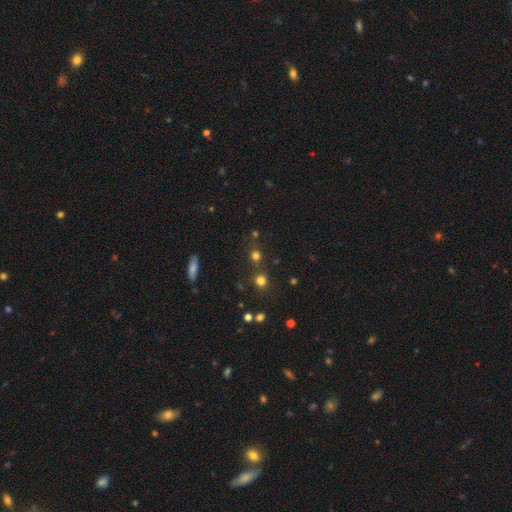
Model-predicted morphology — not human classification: The model was most divided on "smooth or featured": smooth: 66%, star or artifact: 26%, featured or disk: 7%. More confident: how rounded — round (87%); merging — none (73%).